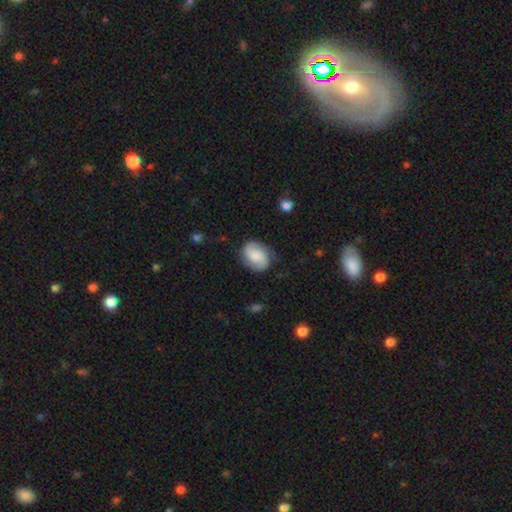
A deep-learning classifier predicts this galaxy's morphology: type=smooth (47%); merging=none (76%).